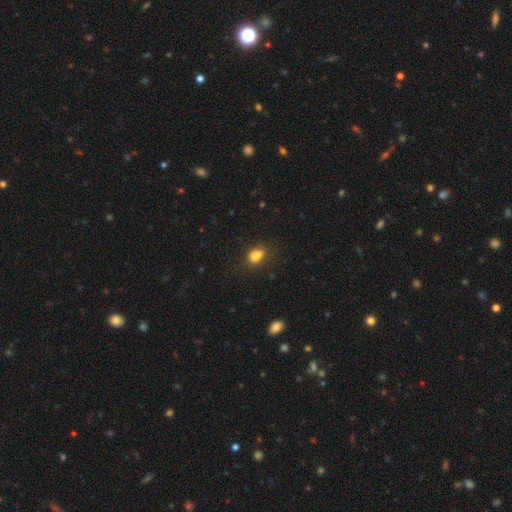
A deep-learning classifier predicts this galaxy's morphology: type=smooth (82%); roundness=in between (78%); merging=none (66%).